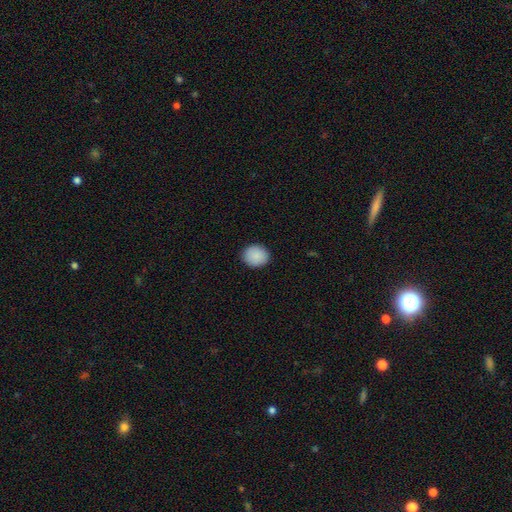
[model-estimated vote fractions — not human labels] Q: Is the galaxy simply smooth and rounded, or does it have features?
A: smooth — 90%.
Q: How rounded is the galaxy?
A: round — 70%.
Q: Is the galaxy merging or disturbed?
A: none — 90%.